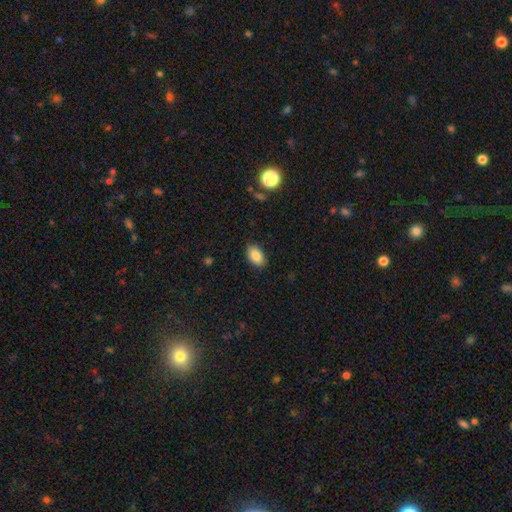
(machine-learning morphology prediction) smooth 86%, star or artifact 8%, featured or disk 6%. Down the decision tree: how rounded — in between (91%); merging — none (87%).